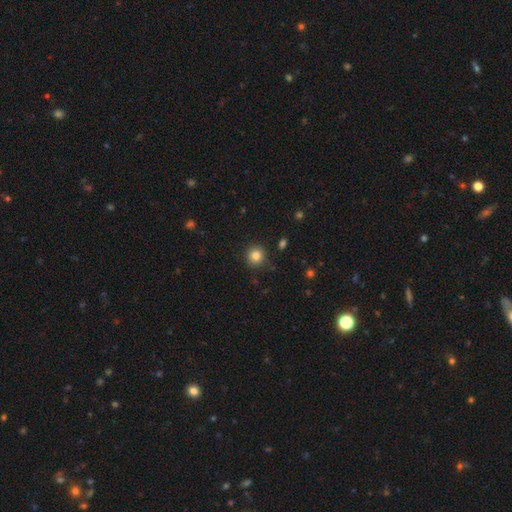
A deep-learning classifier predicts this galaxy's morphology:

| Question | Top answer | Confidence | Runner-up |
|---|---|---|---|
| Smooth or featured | smooth | 84% | star or artifact (11%) |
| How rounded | round | 92% | in between (7%) |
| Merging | none | 90% | minor disturbance (7%) |